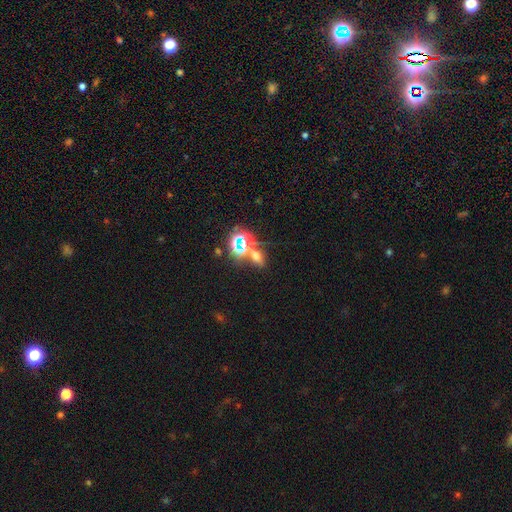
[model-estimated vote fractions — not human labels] This is marginally a star or artifact rather than a galaxy (44%).